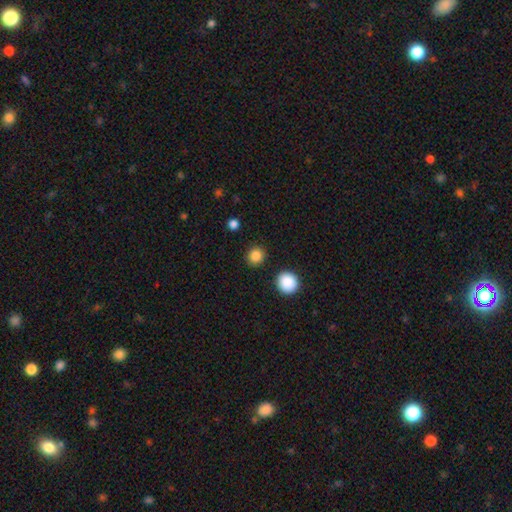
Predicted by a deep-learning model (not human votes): This is clearly a smooth galaxy (85%). How rounded: clearly round (90%). Merging: clearly none (89%).